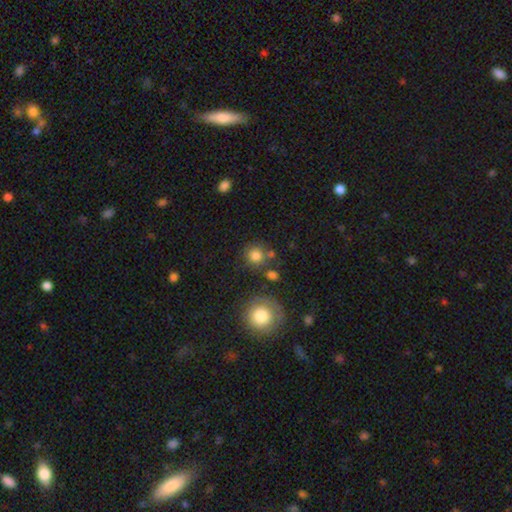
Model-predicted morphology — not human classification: This appears to be a smooth galaxy with no disk features (82%) that is round (90%). Merging: none (73%).